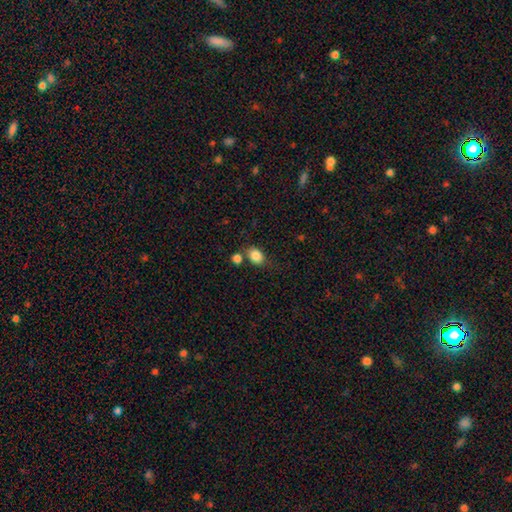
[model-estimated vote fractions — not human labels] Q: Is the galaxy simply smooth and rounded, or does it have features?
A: smooth — 85%.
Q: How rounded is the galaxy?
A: in between — 57%.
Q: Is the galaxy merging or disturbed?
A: none — 60%.